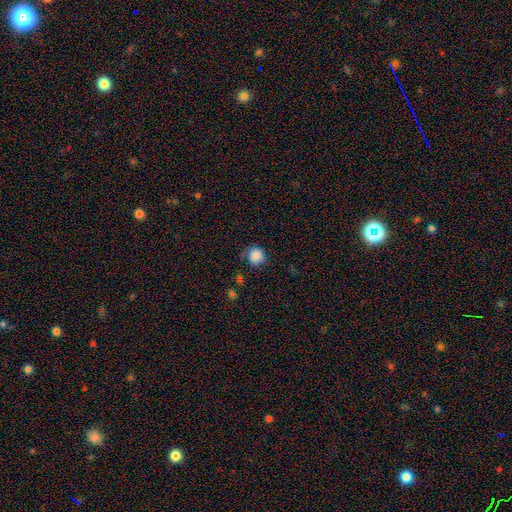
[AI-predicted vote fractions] Smooth or featured?
  - smooth: 85% *
  - star or artifact: 10%
  - featured or disk: 5%
How rounded?
  - round: 90% *
  - in between: 9%
  - cigar-shaped: 1%
Merging?
  - none: 68% *
  - minor disturbance: 22%
  - major disturbance: 8%
  - merger: 2%